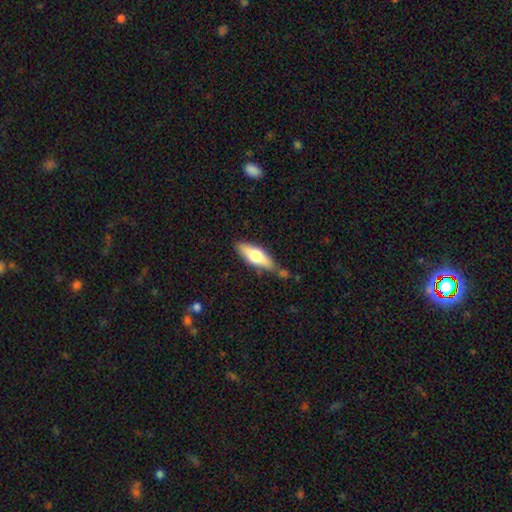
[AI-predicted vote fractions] This appears to be a smooth galaxy with no disk features (59%) that is in between round and cigar-shaped (60%). Merging: none (71%).